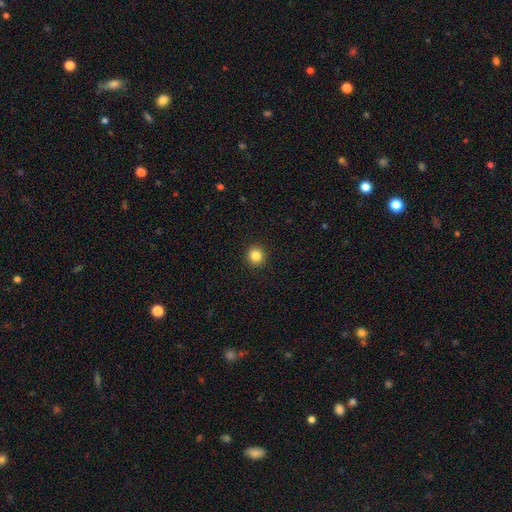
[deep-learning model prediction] This is clearly a smooth galaxy (85%). How rounded: clearly round (94%). Merging: clearly none (93%).